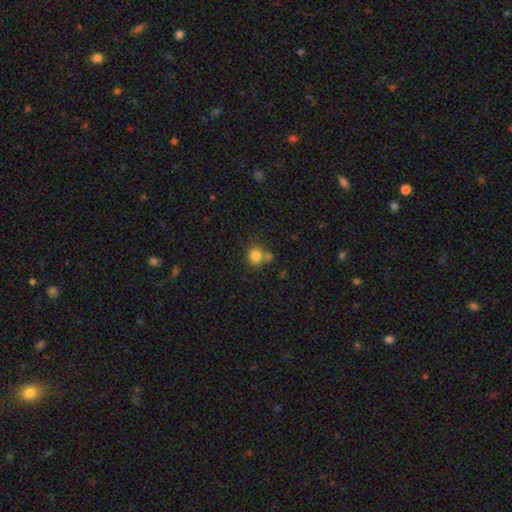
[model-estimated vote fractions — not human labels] This is clearly a smooth galaxy (82%). How rounded: clearly round (80%). Merging: likely none (62%).